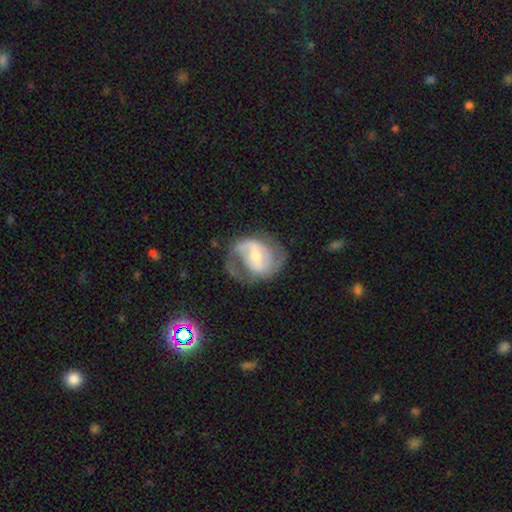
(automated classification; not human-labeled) smooth_or_featured: featured or disk (p=0.75) [alt: smooth p=0.19]
disk_edge_on: no (p=0.97) [alt: yes p=0.03]
bar: weak (p=0.47) [alt: strong p=0.30]
has_spiral_arms: yes (p=0.81) [alt: no p=0.19]
spiral_winding: medium (p=0.47) [alt: tight p=0.29]
spiral_arm_count: 2 (p=0.71) [alt: can't tell p=0.14]
bulge_size: moderate (p=0.57) [alt: small p=0.34]
merging: none (p=0.51) [alt: minor disturbance p=0.24]